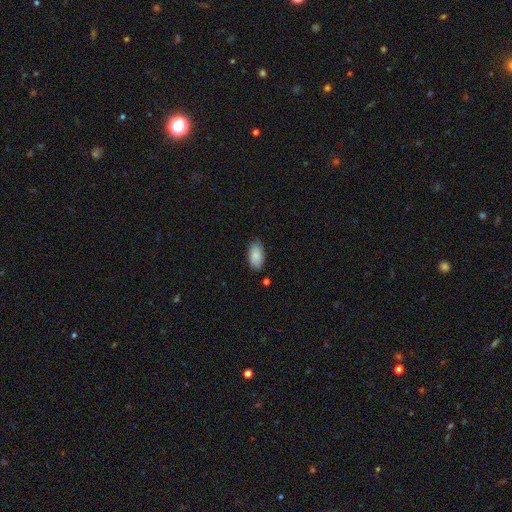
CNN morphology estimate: type=smooth (88%); roundness=in between (94%); merging=none (80%).